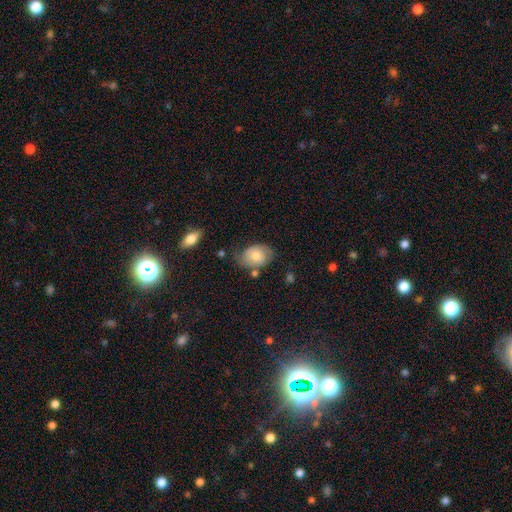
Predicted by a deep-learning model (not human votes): Smooth or featured?
  - featured or disk: 50% *
  - smooth: 43%
  - star or artifact: 8%
Merging?
  - none: 58% *
  - minor disturbance: 26%
  - major disturbance: 10%
  - merger: 6%